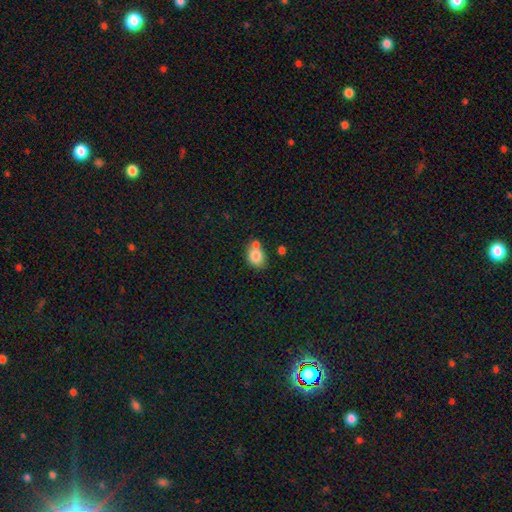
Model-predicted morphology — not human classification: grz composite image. It shows a smooth galaxy with no disk features (80%) that is round (52%). Merging: none (45%).